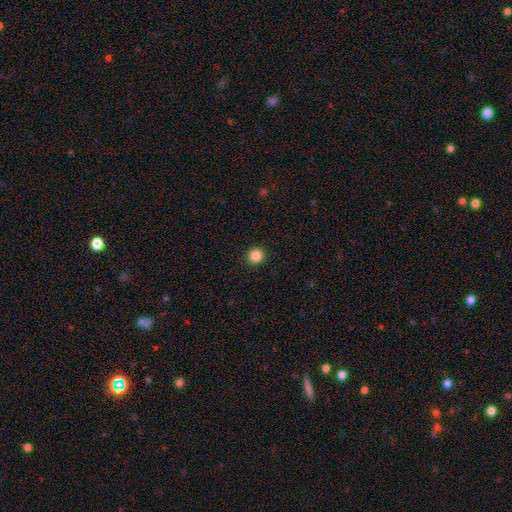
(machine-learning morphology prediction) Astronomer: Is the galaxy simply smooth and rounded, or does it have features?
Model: smooth — 86%.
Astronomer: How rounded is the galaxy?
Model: round — 93%.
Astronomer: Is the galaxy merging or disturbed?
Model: none — 93%.